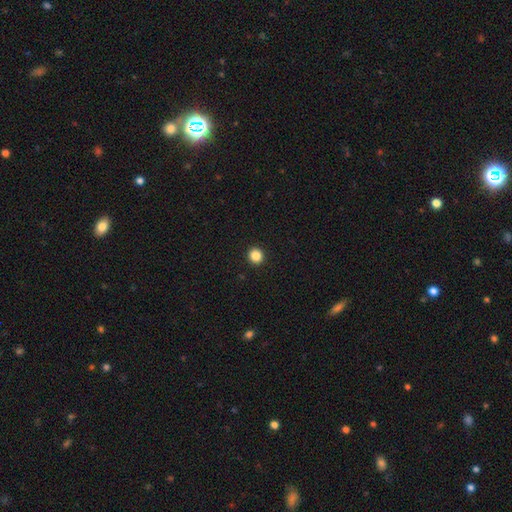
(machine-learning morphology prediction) This is clearly a smooth galaxy (86%). How rounded: clearly round (92%). Merging: clearly none (94%).